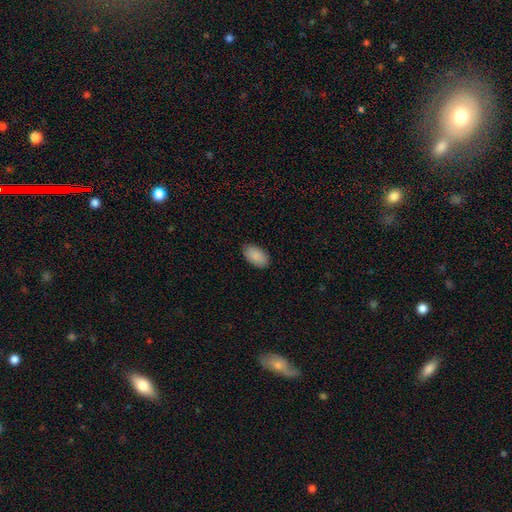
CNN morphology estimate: This appears to be a smooth galaxy with no disk features (90%) that is in between round and cigar-shaped (95%). Merging: none (86%).